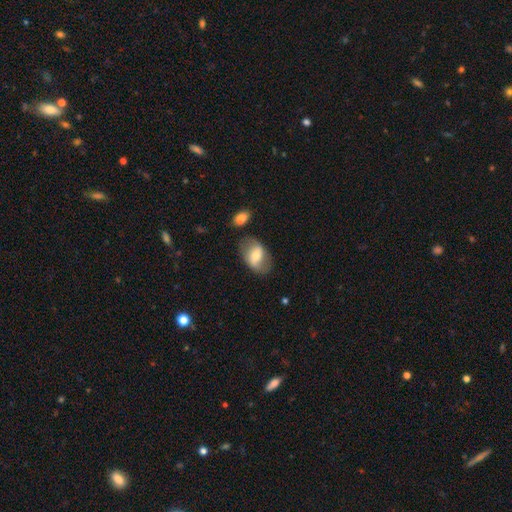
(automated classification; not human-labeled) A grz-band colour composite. It shows a smooth galaxy with no disk features (50%) that is in between round and cigar-shaped (86%). Merging: none (69%).